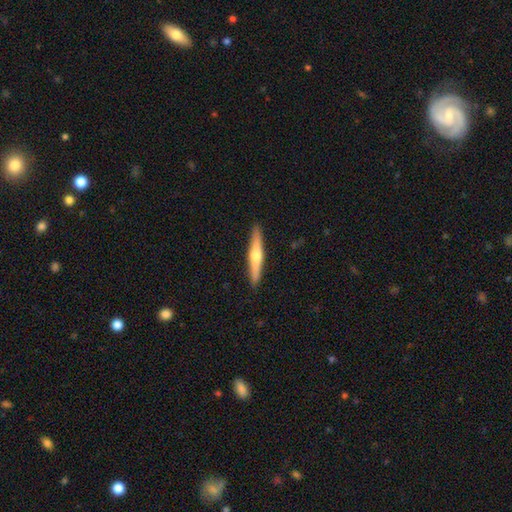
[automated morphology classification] type=featured or disk (57%); edge-on=yes (97%); edge-on bulge=rounded (88%); merging=none (92%).